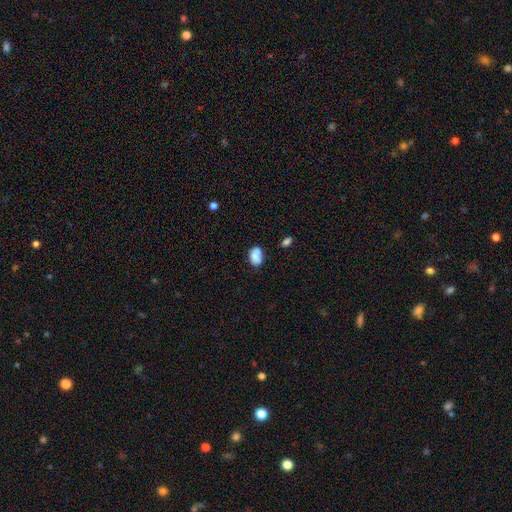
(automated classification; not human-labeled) Q: Smooth or featured?
A: smooth (83%); runner-up: featured or disk (9%)
Q: How rounded?
A: in between (82%); runner-up: round (16%)
Q: Merging?
A: none (65%); runner-up: minor disturbance (22%)